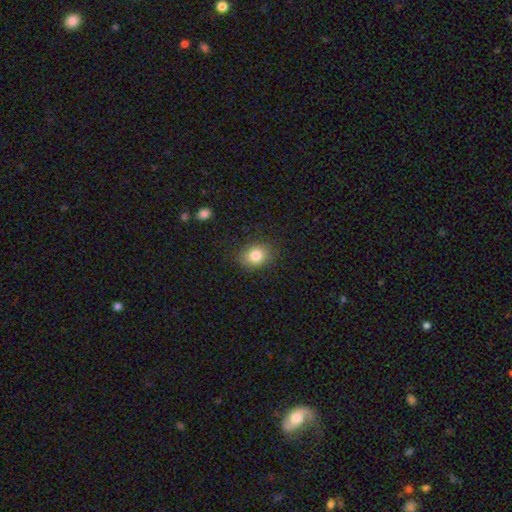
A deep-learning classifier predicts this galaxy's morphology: type=smooth (82%); roundness=in between (54%); merging=none (83%).